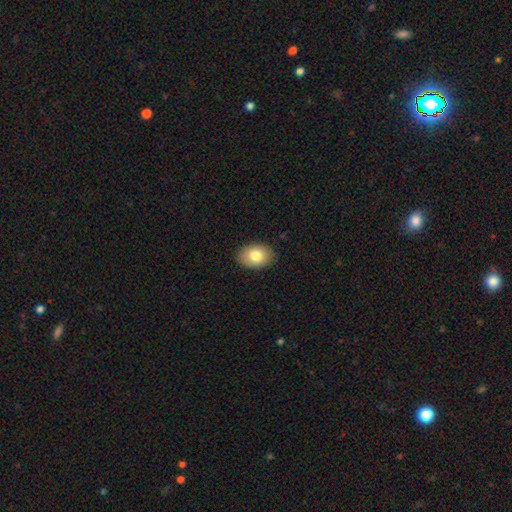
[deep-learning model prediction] smooth_or_featured: smooth (p=0.80) [alt: featured or disk p=0.12]
how_rounded: in between (p=0.81) [alt: round p=0.18]
merging: none (p=0.88) [alt: minor disturbance p=0.09]